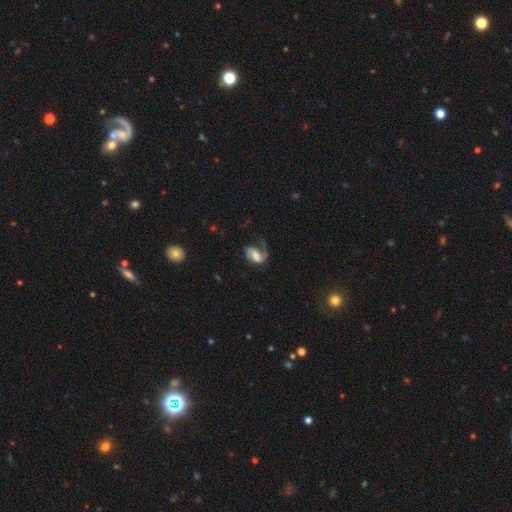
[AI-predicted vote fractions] Smooth or featured?
  - featured or disk: 65% *
  - smooth: 27%
  - star or artifact: 8%
Edge-on disk?
  - no: 97% *
  - yes: 3%
Bar?
  - no: 40% * (tied)
  - weak: 40% * (tied)
  - strong: 20%
Spiral arms?
  - yes: 89% *
  - no: 11%
Spiral winding?
  - loose: 42% *
  - medium: 40%
  - tight: 18%
Spiral arm count?
  - 2: 46% * (tied)
  - 1: 46% * (tied)
  - can't tell: 5%
  - 3: 1%
  - 4: 1%
  - more than 4: 1%
Bulge size?
  - moderate: 33% *
  - large: 26%
  - small: 21%
  - none: 16%
  - dominant: 5%
Merging?
  - none: 40% *
  - major disturbance: 35%
  - minor disturbance: 22%
  - merger: 3%